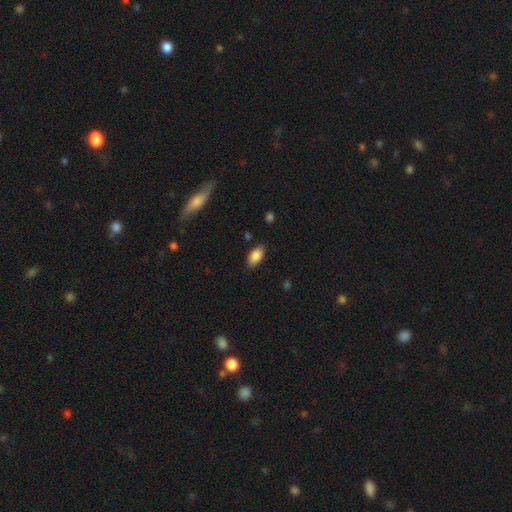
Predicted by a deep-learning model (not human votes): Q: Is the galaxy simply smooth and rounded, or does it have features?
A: smooth — 87%.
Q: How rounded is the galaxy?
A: in between — 92%.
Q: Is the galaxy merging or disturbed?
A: none — 84%.